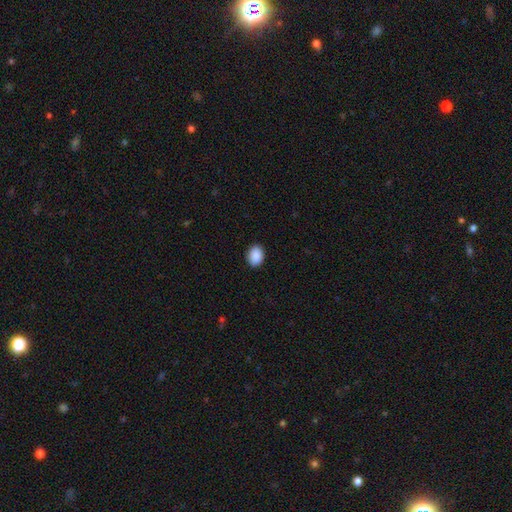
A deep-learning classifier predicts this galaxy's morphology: Overall: smooth (90%). How rounded: in between (71%). Merging: none (89%).